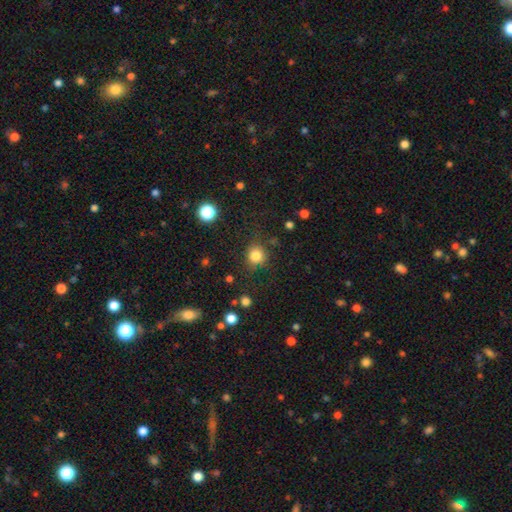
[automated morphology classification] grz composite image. It shows a smooth galaxy with no disk features (82%) that is round (88%). Merging: none (81%).